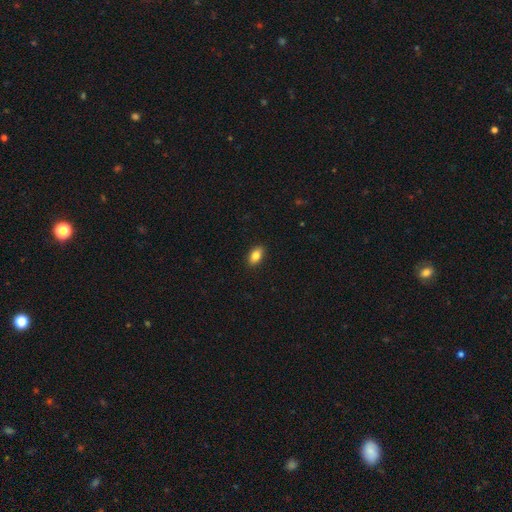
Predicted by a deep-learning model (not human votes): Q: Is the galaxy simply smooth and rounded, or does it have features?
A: smooth — 84%.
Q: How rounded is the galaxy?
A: in between — 89%.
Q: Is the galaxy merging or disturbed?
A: none — 89%.